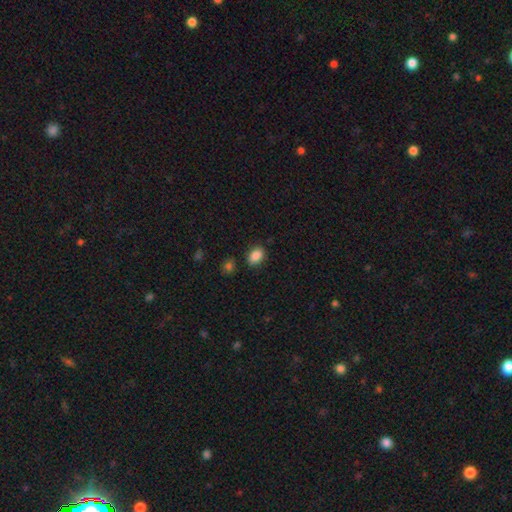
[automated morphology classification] Q: Smooth or featured?
A: smooth (87%); runner-up: star or artifact (9%)
Q: How rounded?
A: in between (79%); runner-up: round (20%)
Q: Merging?
A: none (82%); runner-up: minor disturbance (12%)